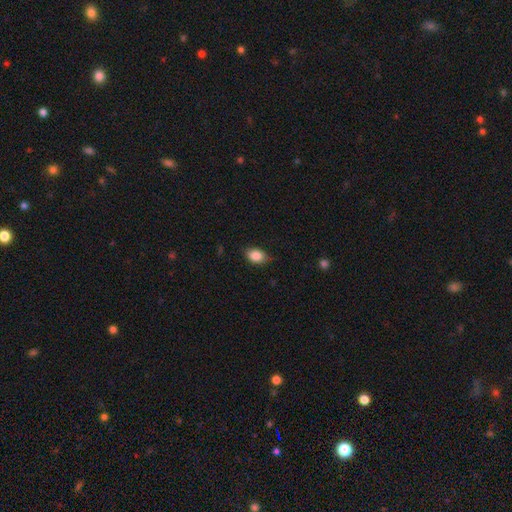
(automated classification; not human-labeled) This appears to be a smooth galaxy with no disk features (86%) that is in between round and cigar-shaped (76%). Merging: none (75%).